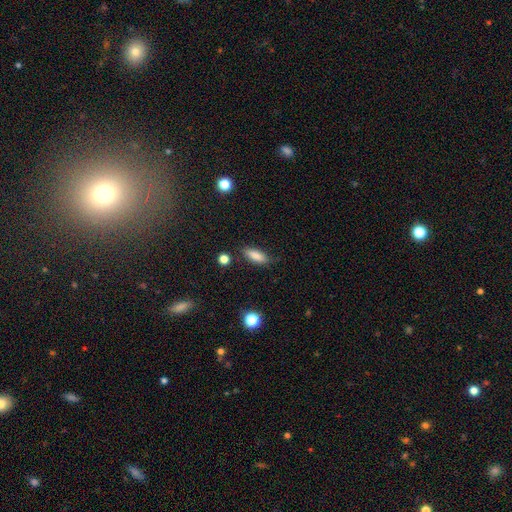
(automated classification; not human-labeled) smooth_or_featured: smooth (p=0.84) [alt: featured or disk p=0.08]
how_rounded: in between (p=0.67) [alt: cigar-shaped p=0.30]
merging: none (p=0.83) [alt: minor disturbance p=0.12]